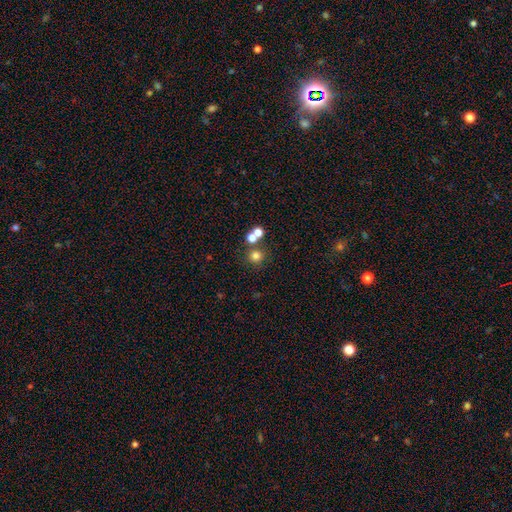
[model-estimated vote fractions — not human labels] Morphology: type=smooth (75%); roundness=round (92%); merging=none (69%).